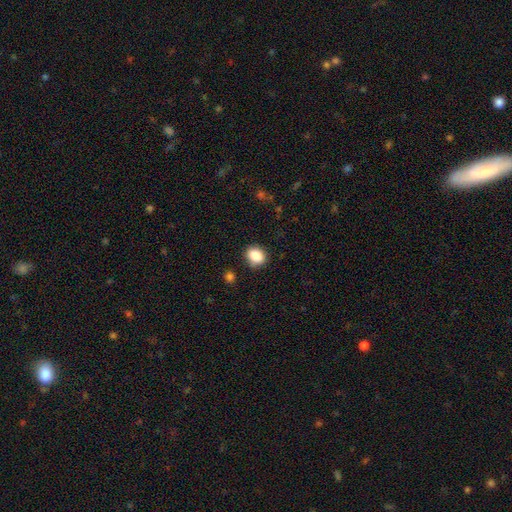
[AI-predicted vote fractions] Morphology: type=smooth (86%); roundness=in between (52%); merging=none (84%).